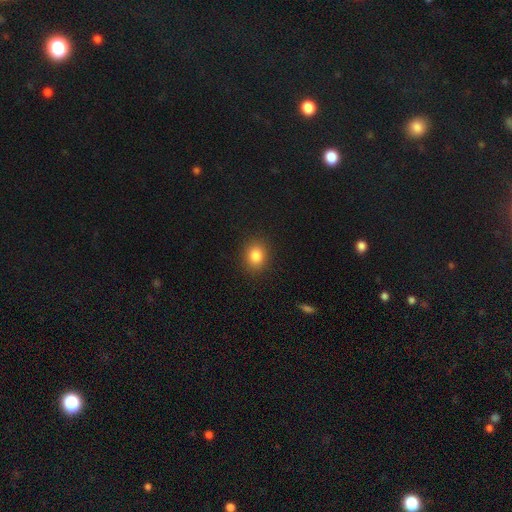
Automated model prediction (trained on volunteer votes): Smooth or featured: smooth — 84% (star or artifact — 10%)
How rounded: round — 60% (in between — 39%)
Merging: none — 89% (minor disturbance — 7%)